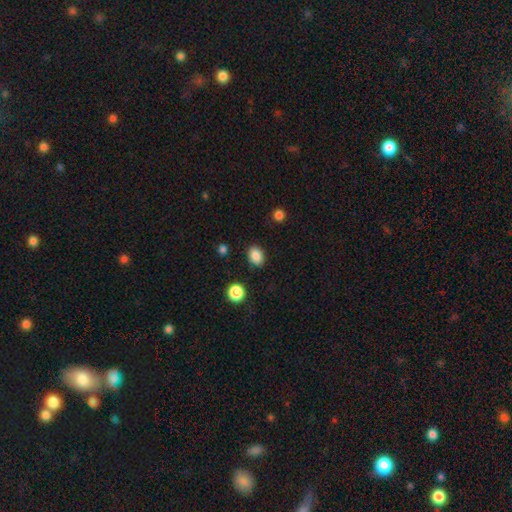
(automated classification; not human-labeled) Smooth or featured?
  - smooth: 86% *
  - star or artifact: 10%
  - featured or disk: 4%
How rounded?
  - in between: 67% *
  - round: 32%
  - cigar-shaped: 1%
Merging?
  - none: 87% *
  - minor disturbance: 9%
  - major disturbance: 3%
  - merger: 2%